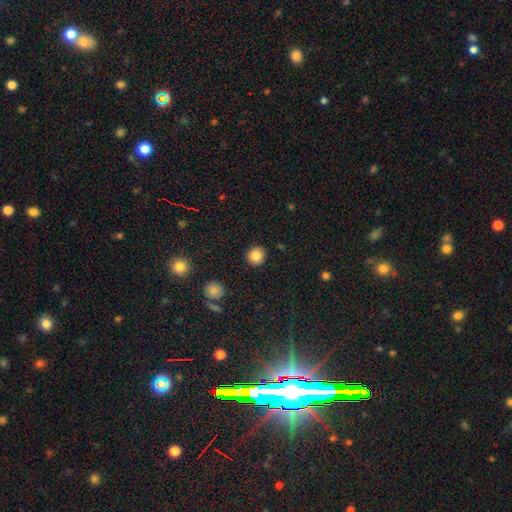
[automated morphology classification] Smooth or featured? smooth (86%)
How rounded? round (89%)
Merging? none (91%)